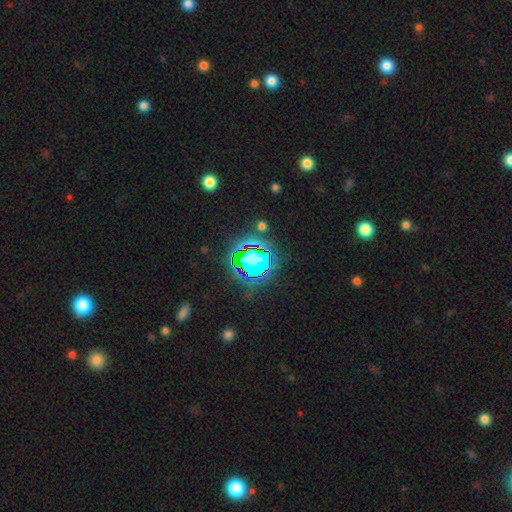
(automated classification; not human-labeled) Smooth or featured? star or artifact (77%)